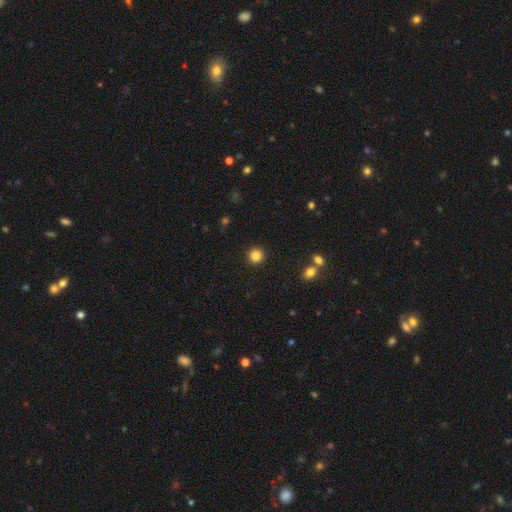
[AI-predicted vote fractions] A smooth galaxy with no disk features (85%) that is round (95%).

Vote fractions:
- Smooth or featured? smooth: 85% / star or artifact: 11% / featured or disk: 4%
- How rounded? round: 95% / in between: 4% / cigar-shaped: 1%
- Merging? none: 92% / minor disturbance: 4% / major disturbance: 2% / merger: 1%